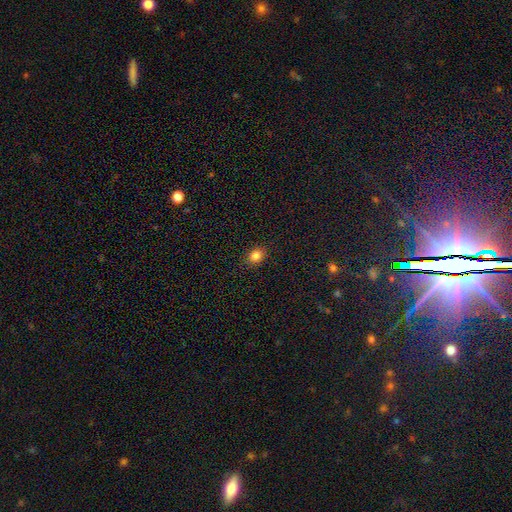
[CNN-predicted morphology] The model was most divided on "how rounded": in between: 51%, round: 48%, cigar-shaped: 1%. More confident: merging — none (89%); smooth or featured — smooth (83%).